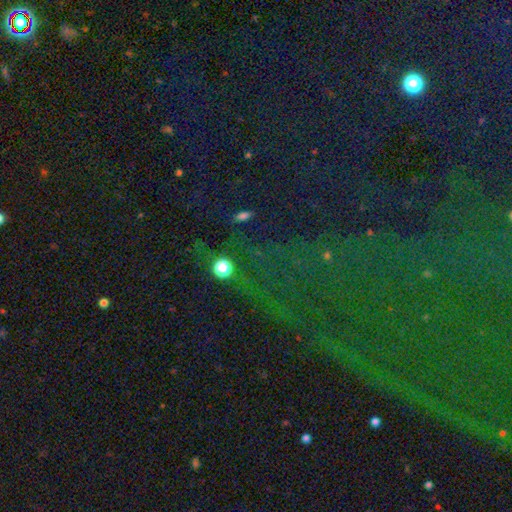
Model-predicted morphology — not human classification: Smooth or featured: star or artifact — 81% (smooth — 11%)